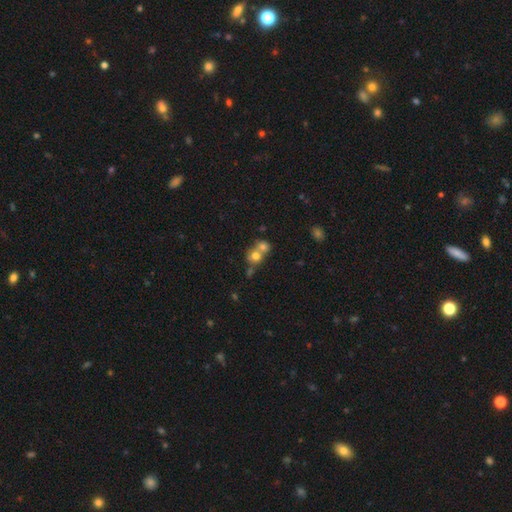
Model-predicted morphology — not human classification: The model was most divided on "merging": merger: 62%, none: 29%, minor disturbance: 6%, major disturbance: 3%. More confident: how rounded — round (75%); smooth or featured — smooth (70%).